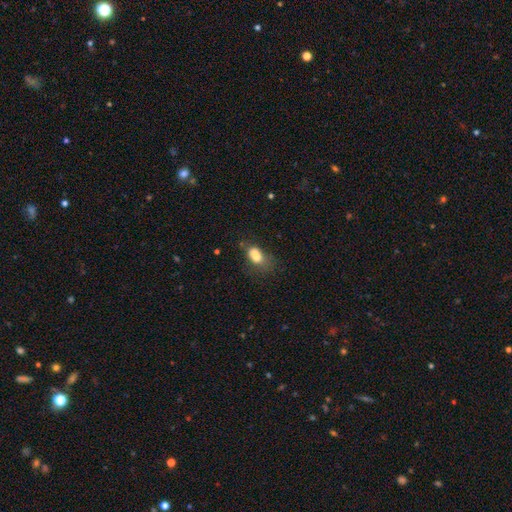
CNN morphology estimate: This appears to be a smooth galaxy with no disk features (74%) that is in between round and cigar-shaped (83%). Merging: none (34%).